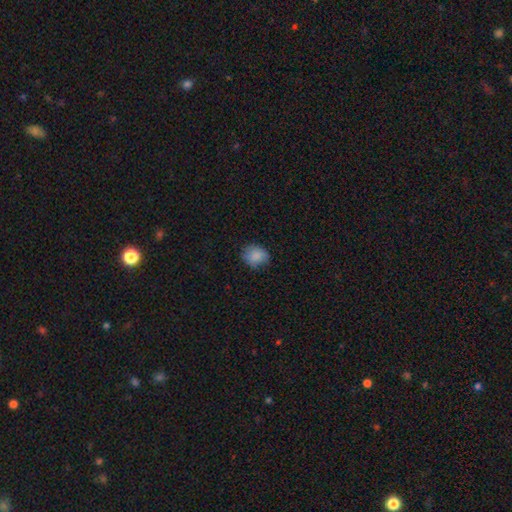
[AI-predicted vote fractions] smooth_or_featured: smooth (p=0.85) [alt: star or artifact p=0.08]
how_rounded: round (p=0.56) [alt: in between p=0.43]
merging: none (p=0.76) [alt: minor disturbance p=0.19]